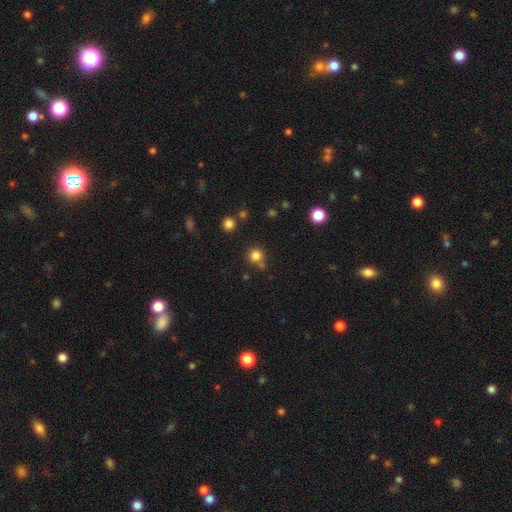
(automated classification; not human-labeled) This appears to be a smooth galaxy with no disk features (80%) that is round (93%). Merging: none (72%).